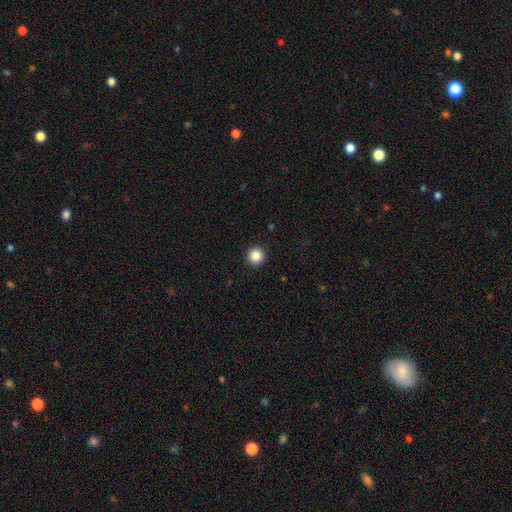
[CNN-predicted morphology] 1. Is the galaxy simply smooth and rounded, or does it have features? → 87% smooth, 10% star or artifact, 3% featured or disk.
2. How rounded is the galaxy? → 96% round, 3% in between, 1% cigar-shaped.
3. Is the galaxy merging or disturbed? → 93% none, 4% minor disturbance, 2% major disturbance, 1% merger.